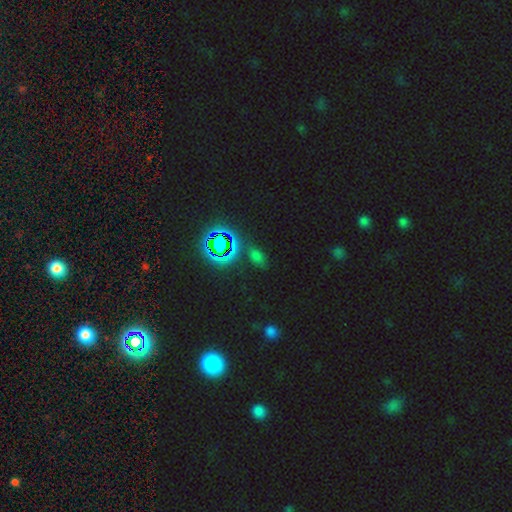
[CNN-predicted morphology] This is possibly a star or artifact rather than a galaxy (53%).